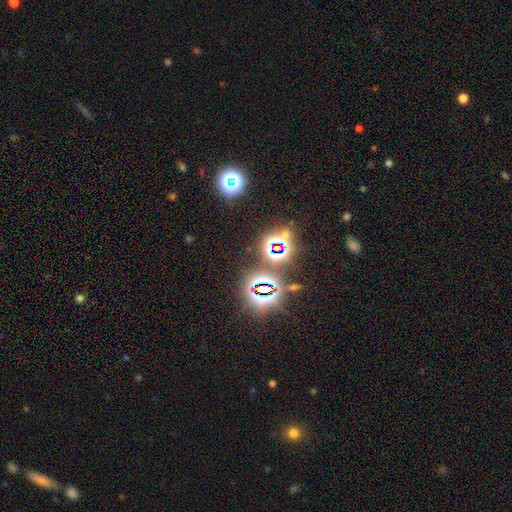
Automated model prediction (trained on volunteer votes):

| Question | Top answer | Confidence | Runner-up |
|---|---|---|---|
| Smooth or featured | star or artifact | 80% | smooth (12%) |